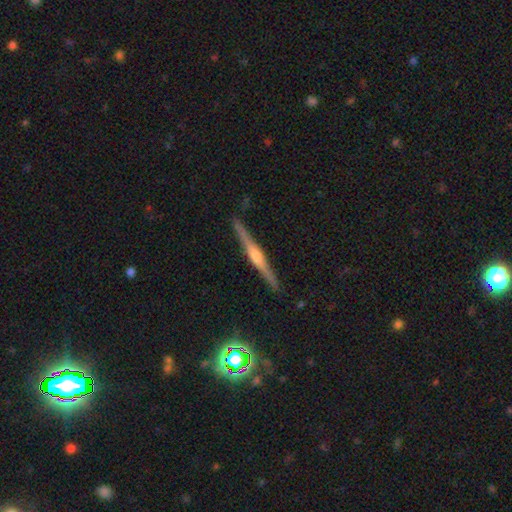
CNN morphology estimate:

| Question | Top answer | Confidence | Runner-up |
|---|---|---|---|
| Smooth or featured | featured or disk | 78% | smooth (16%) |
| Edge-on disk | yes | 98% | no (2%) |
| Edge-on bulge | rounded | 83% | boxy (10%) |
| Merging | none | 91% | minor disturbance (7%) |